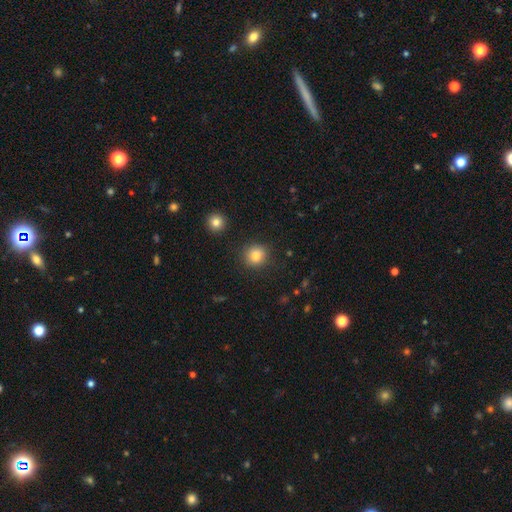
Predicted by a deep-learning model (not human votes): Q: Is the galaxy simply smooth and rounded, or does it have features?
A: smooth — 82%.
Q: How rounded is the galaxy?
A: round — 88%.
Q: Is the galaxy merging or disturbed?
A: none — 89%.